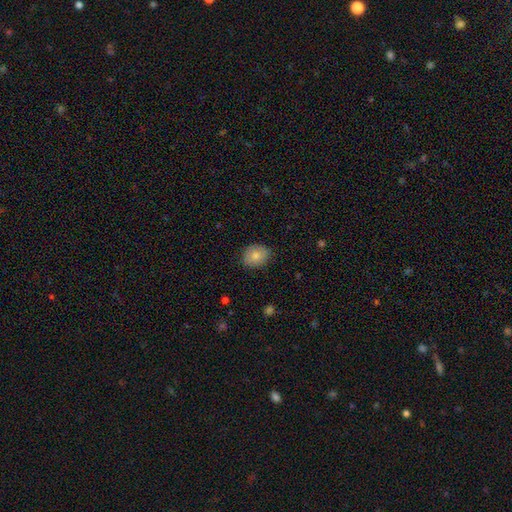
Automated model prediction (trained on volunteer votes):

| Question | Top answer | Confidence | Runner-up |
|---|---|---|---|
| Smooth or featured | smooth | 81% | featured or disk (11%) |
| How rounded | in between | 53% | round (46%) |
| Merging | none | 85% | minor disturbance (12%) |